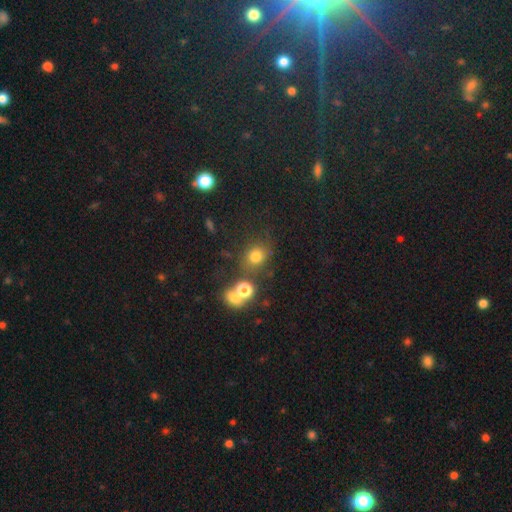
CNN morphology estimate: This is likely a smooth galaxy (73%). How rounded: likely round (69%). Merging: likely none (65%).